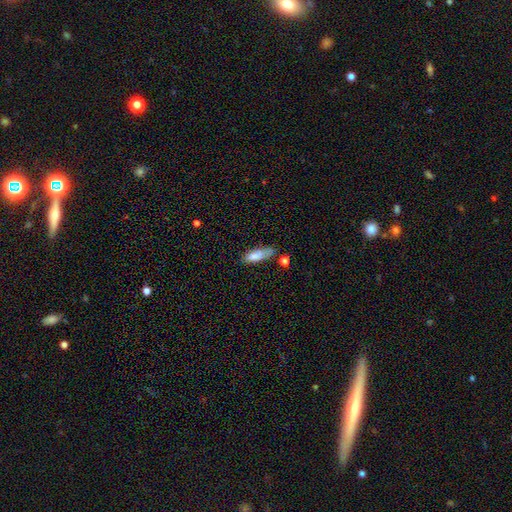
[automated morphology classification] smooth-or-featured: smooth: 77% | featured or disk: 15% | star or artifact: 8%
  how-rounded: in between: 60% | cigar-shaped: 37% | round: 2%
  merging: none: 50% | minor disturbance: 30% | major disturbance: 11% | merger: 9%